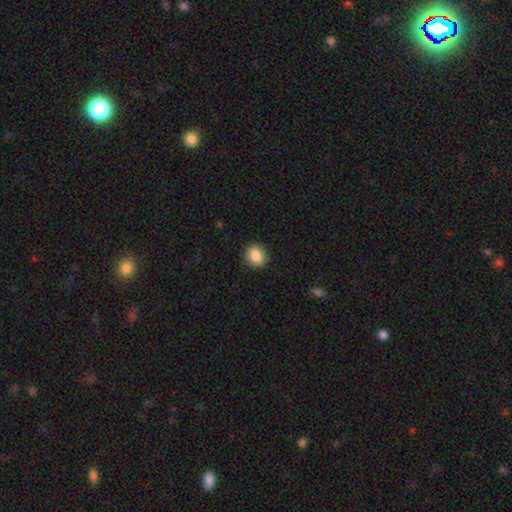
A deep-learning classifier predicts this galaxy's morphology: Smooth or featured?
  - smooth: 87% *
  - star or artifact: 9%
  - featured or disk: 5%
How rounded?
  - round: 69% *
  - in between: 30%
  - cigar-shaped: 1%
Merging?
  - none: 90% *
  - minor disturbance: 7%
  - major disturbance: 2%
  - merger: 1%